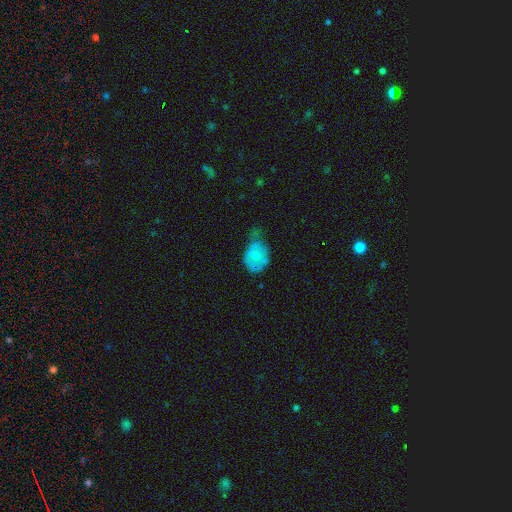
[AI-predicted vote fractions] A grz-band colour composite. It shows a smooth galaxy with no disk features (62%) that is in between round and cigar-shaped (70%). Merging: minor disturbance (42%).